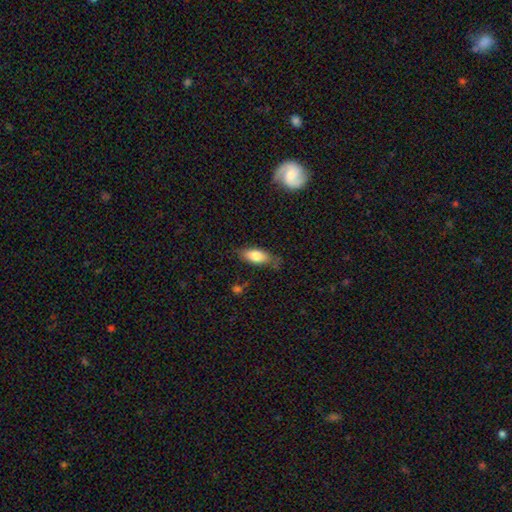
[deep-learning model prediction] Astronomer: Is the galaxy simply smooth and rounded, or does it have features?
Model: smooth — 78%.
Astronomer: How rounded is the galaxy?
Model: in between — 84%.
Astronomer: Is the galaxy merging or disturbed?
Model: none — 69%.